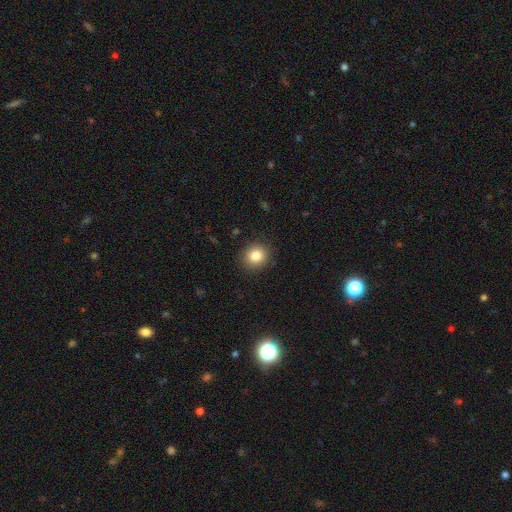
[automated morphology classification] Smooth or featured? Predicted: smooth (p=0.84). How rounded? Predicted: round (p=0.84). Merging? Predicted: none (p=0.90).